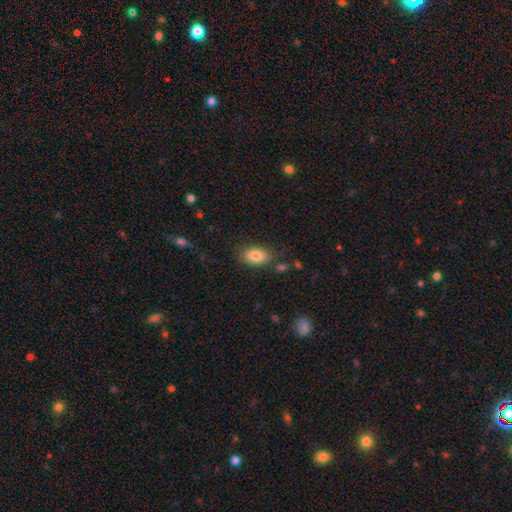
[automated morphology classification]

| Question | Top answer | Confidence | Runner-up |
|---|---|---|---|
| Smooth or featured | smooth | 83% | featured or disk (9%) |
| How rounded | in between | 89% | round (9%) |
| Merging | none | 80% | minor disturbance (13%) |